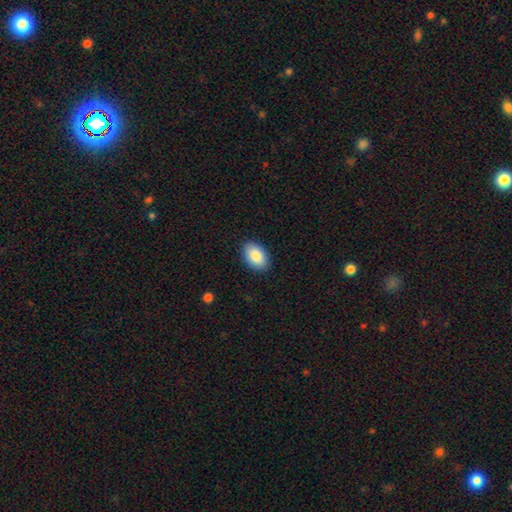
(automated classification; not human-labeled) Smooth or featured?
  - smooth: 87% *
  - featured or disk: 7%
  - star or artifact: 6%
How rounded?
  - in between: 91% *
  - round: 8%
  - cigar-shaped: 1%
Merging?
  - none: 89% *
  - minor disturbance: 8%
  - major disturbance: 2%
  - merger: 1%